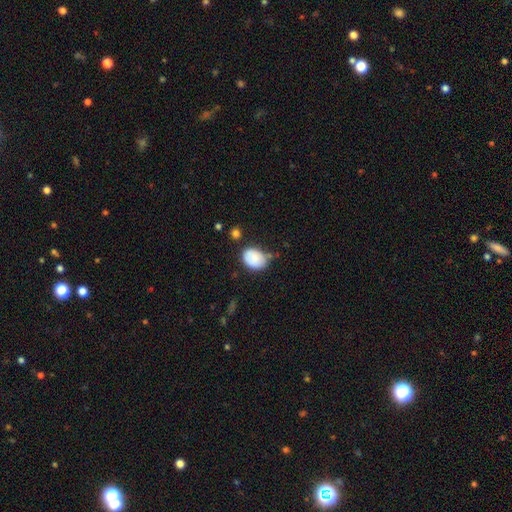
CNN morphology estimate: Smooth or featured: smooth — 85% (featured or disk — 7%)
How rounded: in between — 68% (round — 32%)
Merging: none — 61% (minor disturbance — 27%)